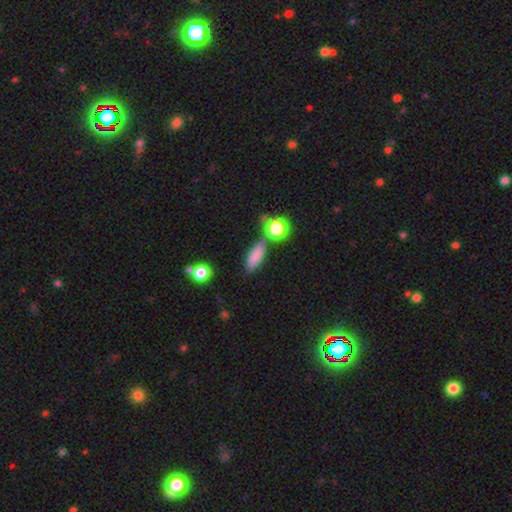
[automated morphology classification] A smooth galaxy with no disk features (81%) that is in between round and cigar-shaped (68%).

Vote fractions:
- Smooth or featured? smooth: 81% / star or artifact: 11% / featured or disk: 9%
- How rounded? in between: 68% / cigar-shaped: 26% / round: 6%
- Merging? none: 65% / minor disturbance: 15% / merger: 14% / major disturbance: 5%